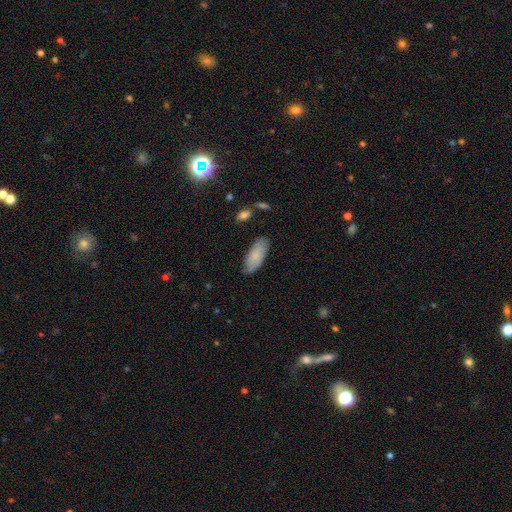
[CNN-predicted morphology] This appears to be a smooth galaxy with no disk features (79%) that is in between round and cigar-shaped (82%). Merging: none (79%).